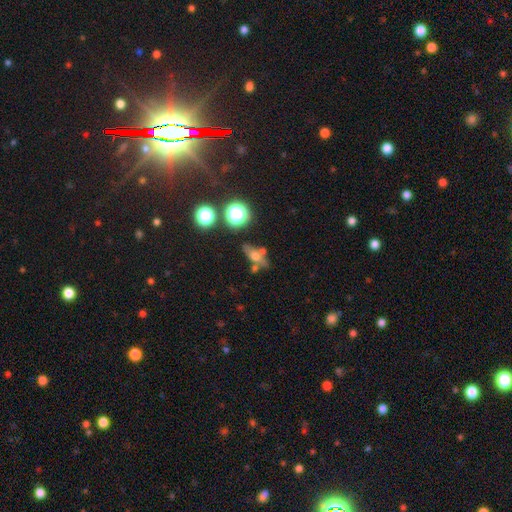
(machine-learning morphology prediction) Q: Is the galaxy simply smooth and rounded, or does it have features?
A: smooth — 49%.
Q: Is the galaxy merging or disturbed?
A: none — 59%.